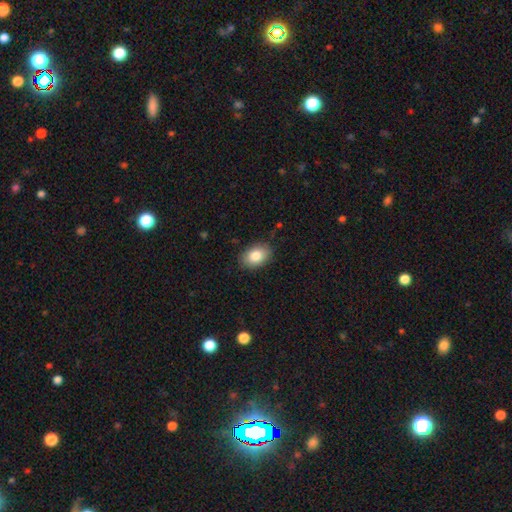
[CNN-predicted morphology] Overall: smooth (84%). How rounded: in between (85%). Merging: none (86%).